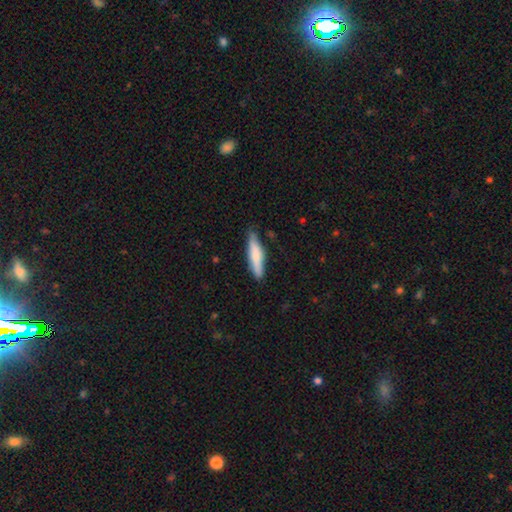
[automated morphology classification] smooth 72%, featured or disk 23%, star or artifact 6%. Down the decision tree: how rounded — cigar-shaped (80%); merging — none (79%).